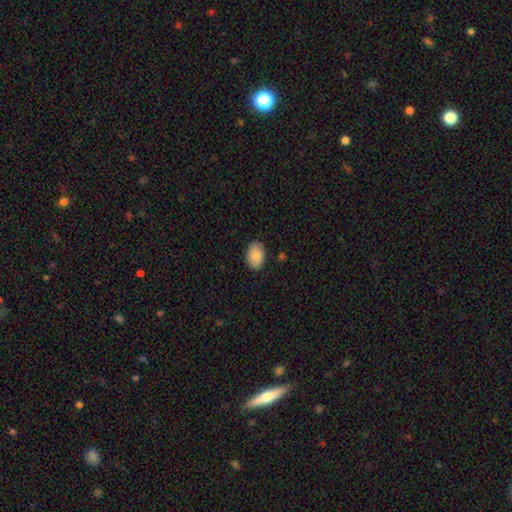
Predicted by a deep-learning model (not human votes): smooth-or-featured: smooth: 90% | star or artifact: 6% | featured or disk: 4%
  how-rounded: in between: 86% | round: 13% | cigar-shaped: 1%
  merging: none: 86% | minor disturbance: 10% | major disturbance: 2% | merger: 1%